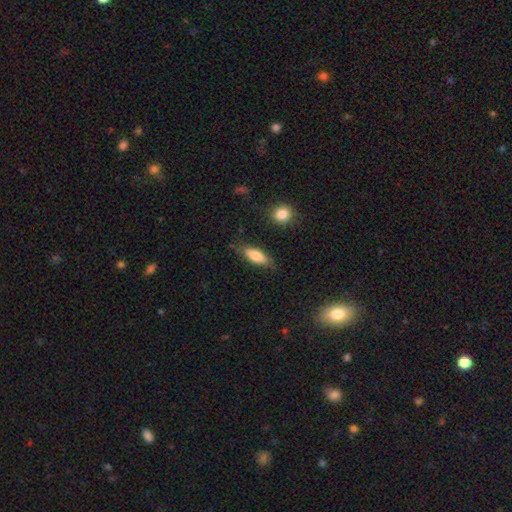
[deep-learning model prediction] This is likely a smooth galaxy (74%). How rounded: likely in between (65%). Merging: likely none (76%).